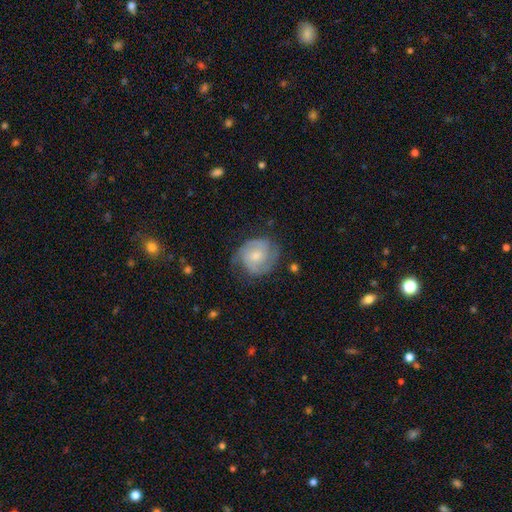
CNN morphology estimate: smooth_or_featured: featured or disk (p=0.78) [alt: smooth p=0.17]
disk_edge_on: no (p=0.98) [alt: yes p=0.02]
bar: no (p=0.62) [alt: weak p=0.33]
has_spiral_arms: yes (p=0.95) [alt: no p=0.05]
spiral_winding: tight (p=0.52) [alt: medium p=0.39]
spiral_arm_count: 2 (p=0.73) [alt: can't tell p=0.12]
bulge_size: small (p=0.45) [alt: moderate p=0.42]
merging: none (p=0.71) [alt: minor disturbance p=0.20]